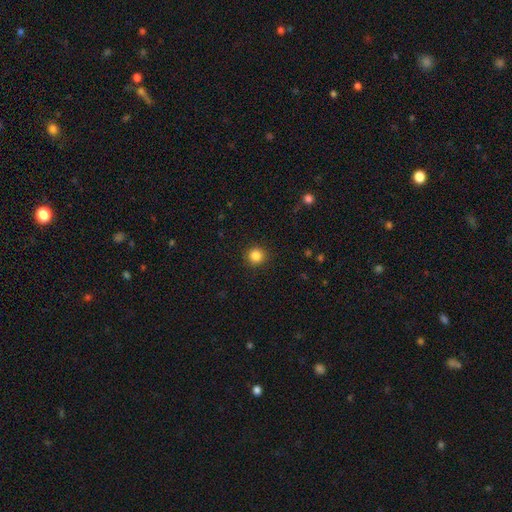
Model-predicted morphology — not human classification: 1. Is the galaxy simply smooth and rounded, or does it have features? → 85% smooth, 11% star or artifact, 4% featured or disk.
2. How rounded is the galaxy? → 94% round, 6% in between, 1% cigar-shaped.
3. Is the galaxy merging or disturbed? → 92% none, 5% minor disturbance, 2% major disturbance, 1% merger.